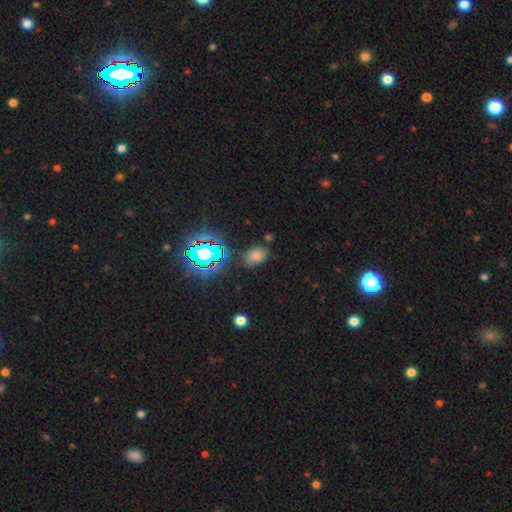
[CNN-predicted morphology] Overall: smooth (61%; star or artifact 29%). How rounded: in between (75%). Merging: none (71%).